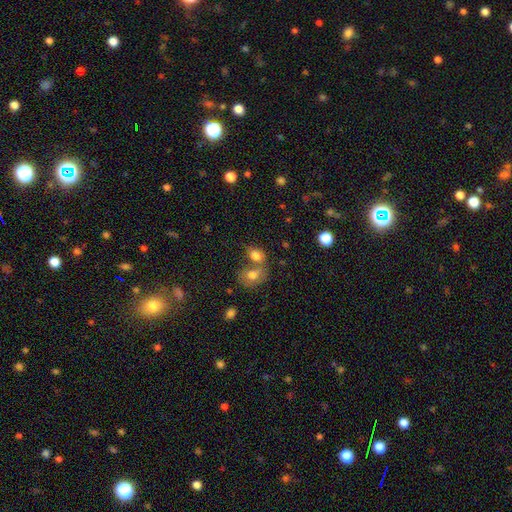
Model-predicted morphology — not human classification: Smooth or featured? Predicted: smooth (p=0.78). How rounded? Predicted: in between (p=0.68). Merging? Predicted: merger (p=0.49).